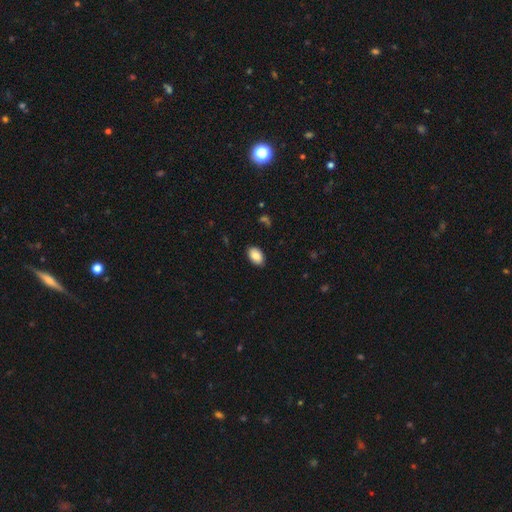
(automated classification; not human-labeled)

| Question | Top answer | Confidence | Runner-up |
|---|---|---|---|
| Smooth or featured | smooth | 86% | featured or disk (7%) |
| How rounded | in between | 91% | round (7%) |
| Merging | none | 86% | minor disturbance (10%) |